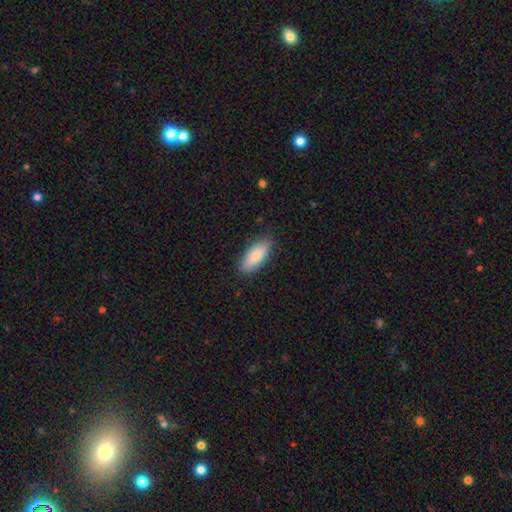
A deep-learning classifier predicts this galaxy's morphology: A smooth galaxy with no disk features (87%) that is in between round and cigar-shaped (80%). Merging: none (86%).